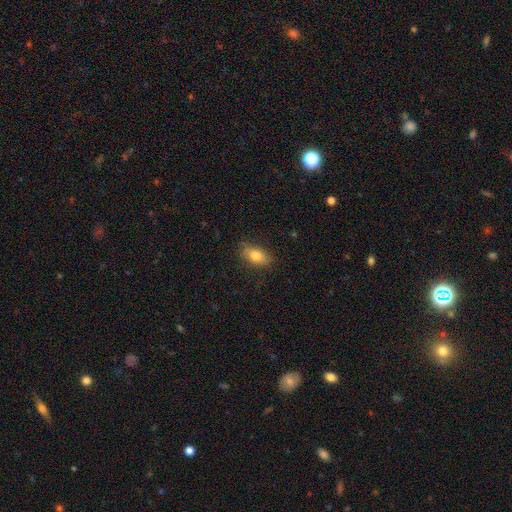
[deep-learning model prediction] smooth_or_featured: smooth (p=0.78) [alt: featured or disk p=0.14]
how_rounded: in between (p=0.84) [alt: round p=0.08]
merging: none (p=0.80) [alt: minor disturbance p=0.16]